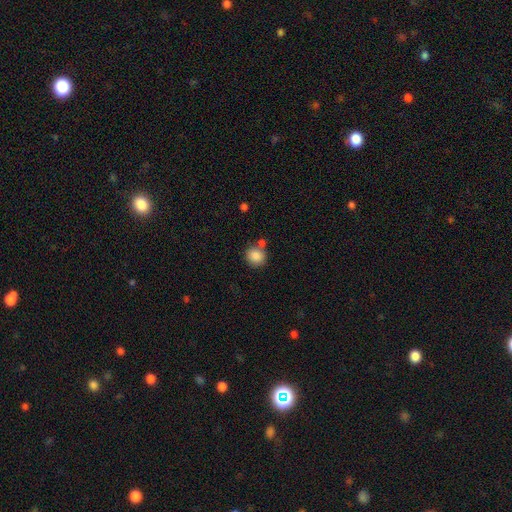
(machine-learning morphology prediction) Overall: smooth (86%). How rounded: round (87%). Merging: none (67%).